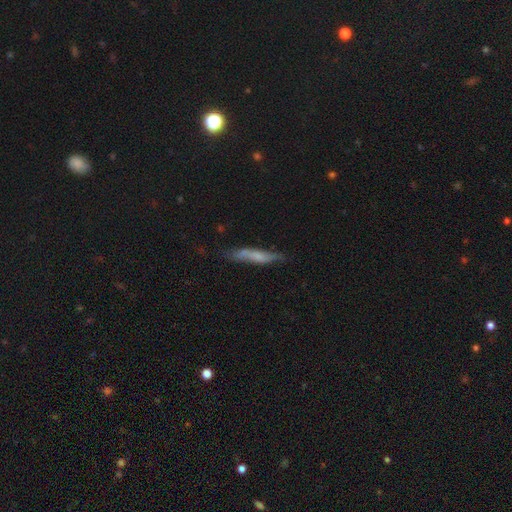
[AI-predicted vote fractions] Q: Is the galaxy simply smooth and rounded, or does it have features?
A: smooth — 54%.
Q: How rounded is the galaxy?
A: cigar-shaped — 88%.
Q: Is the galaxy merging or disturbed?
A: none — 67%.